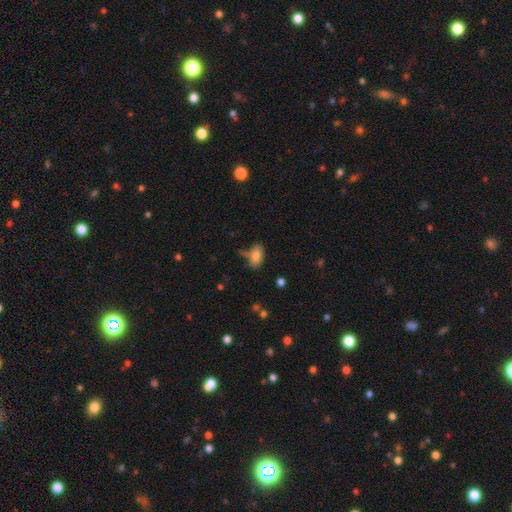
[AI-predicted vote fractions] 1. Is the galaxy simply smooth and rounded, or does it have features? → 79% smooth, 12% featured or disk, 9% star or artifact.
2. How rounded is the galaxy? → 89% in between, 6% cigar-shaped, 5% round.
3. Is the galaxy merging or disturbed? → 57% none, 25% minor disturbance, 9% major disturbance, 9% merger.